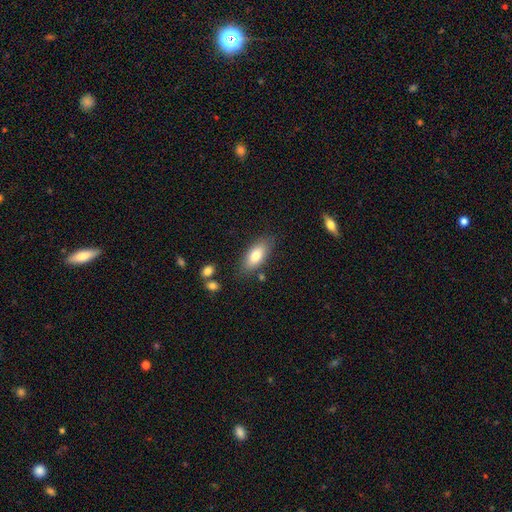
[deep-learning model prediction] Overall: smooth (79%). How rounded: in between (84%). Merging: none (80%).